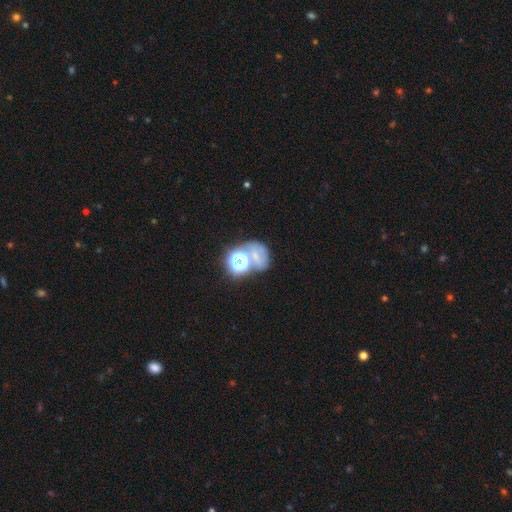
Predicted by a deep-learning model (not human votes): smooth_or_featured: smooth (p=0.44) [alt: star or artifact p=0.33]
merging: none (p=0.41) [alt: merger p=0.28]